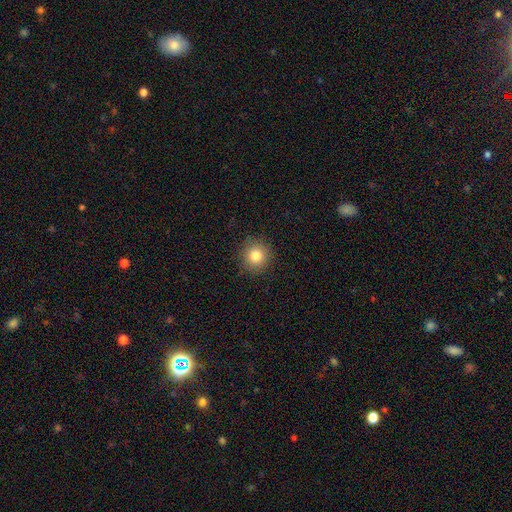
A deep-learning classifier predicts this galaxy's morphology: A smooth galaxy with no disk features (82%) that is round (92%). Merging: none (90%).